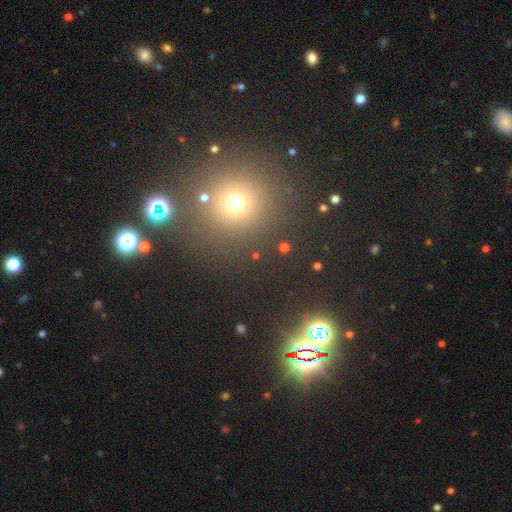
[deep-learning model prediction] This appears to be a smooth galaxy with no disk features (50%) that is round (91%). Merging: none (84%).